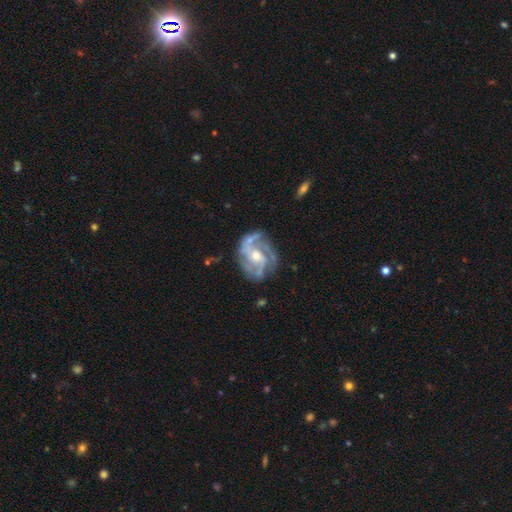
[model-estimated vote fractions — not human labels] Smooth or featured?
  - featured or disk: 86% *
  - smooth: 8%
  - star or artifact: 6%
Edge-on disk?
  - no: 98% *
  - yes: 2%
Bar?
  - no: 55% *
  - weak: 35%
  - strong: 10%
Spiral arms?
  - yes: 92% *
  - no: 8%
Spiral winding?
  - medium: 44% *
  - tight: 40%
  - loose: 16%
Spiral arm count?
  - 2: 32% *
  - 3: 28%
  - can't tell: 22%
  - 4: 8%
  - 1: 5%
  - more than 4: 4%
Bulge size?
  - moderate: 60% *
  - small: 34%
  - large: 3%
  - none: 2%
  - dominant: 1%
Merging?
  - none: 60% *
  - minor disturbance: 21%
  - major disturbance: 14%
  - merger: 5%